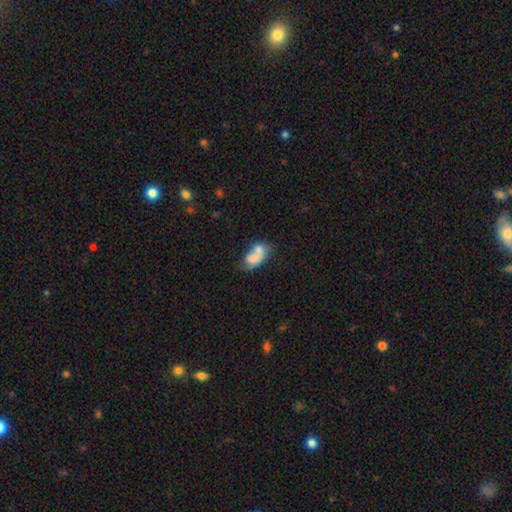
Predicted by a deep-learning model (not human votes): smooth 68%, featured or disk 23%, star or artifact 9%. Down the decision tree: how rounded — in between (85%); merging — merger (55%).